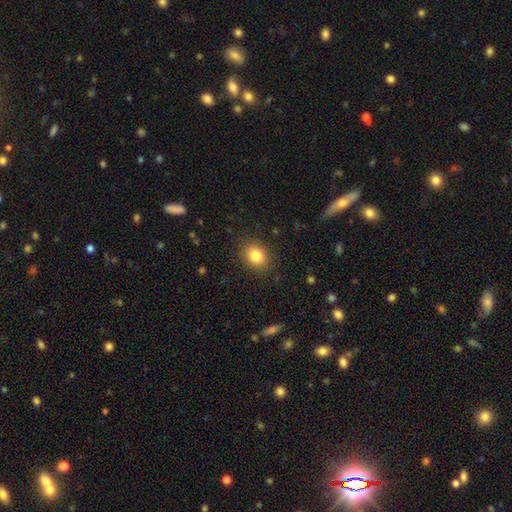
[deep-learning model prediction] A smooth galaxy with no disk features (83%) that is round (50%).

Vote fractions:
- Smooth or featured? smooth: 83% / star or artifact: 10% / featured or disk: 7%
- How rounded? round: 50% / in between: 49% / cigar-shaped: 1%
- Merging? none: 88% / minor disturbance: 9% / major disturbance: 3% / merger: 1%